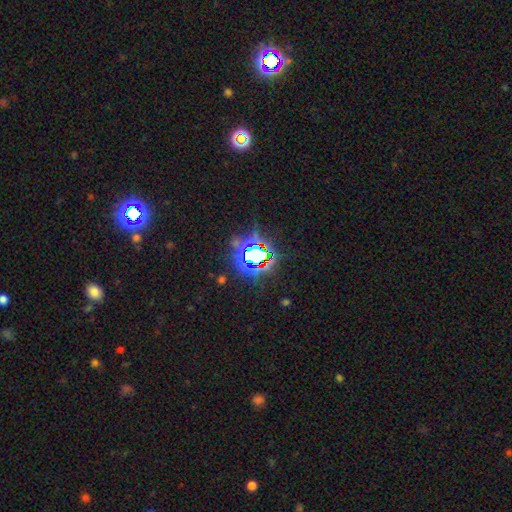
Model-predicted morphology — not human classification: type=star or artifact (74%).